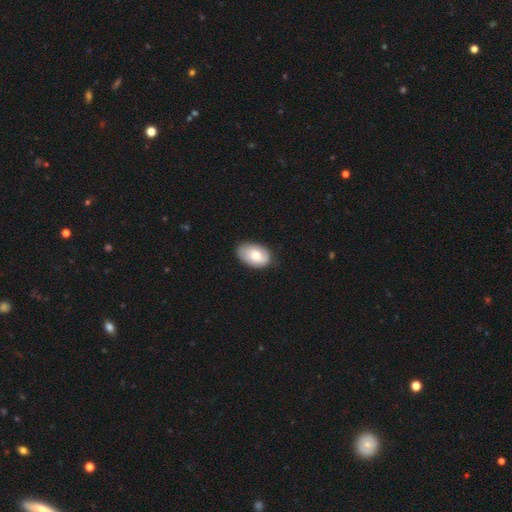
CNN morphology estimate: This is likely a smooth galaxy (71%). How rounded: clearly in between (91%). Merging: likely none (78%).